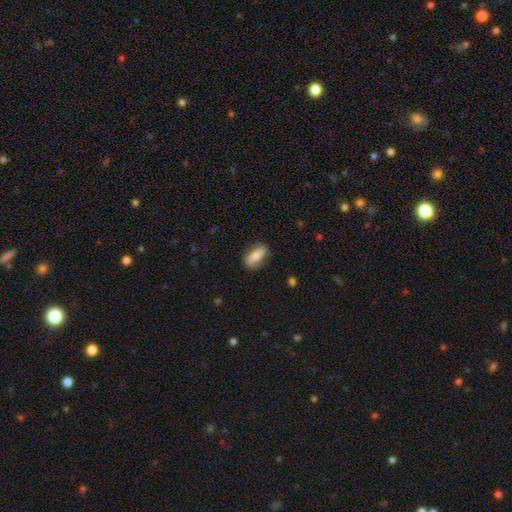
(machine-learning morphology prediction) smooth_or_featured: smooth (p=0.66) [alt: featured or disk p=0.27]
how_rounded: in between (p=0.68) [alt: cigar-shaped p=0.28]
merging: none (p=0.80) [alt: minor disturbance p=0.15]